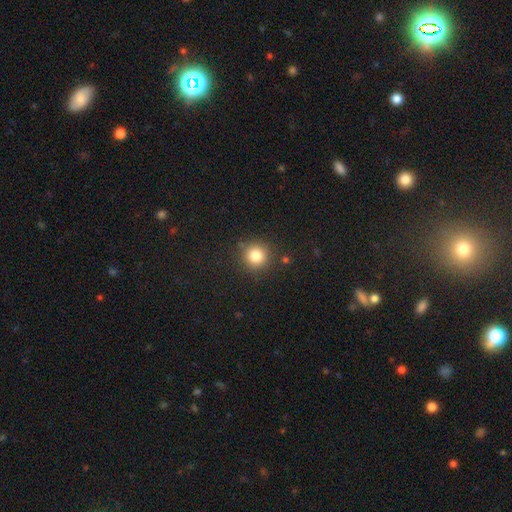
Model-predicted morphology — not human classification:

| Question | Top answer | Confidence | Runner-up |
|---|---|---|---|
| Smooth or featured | smooth | 82% | star or artifact (12%) |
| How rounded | round | 93% | in between (6%) |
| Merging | none | 86% | minor disturbance (8%) |